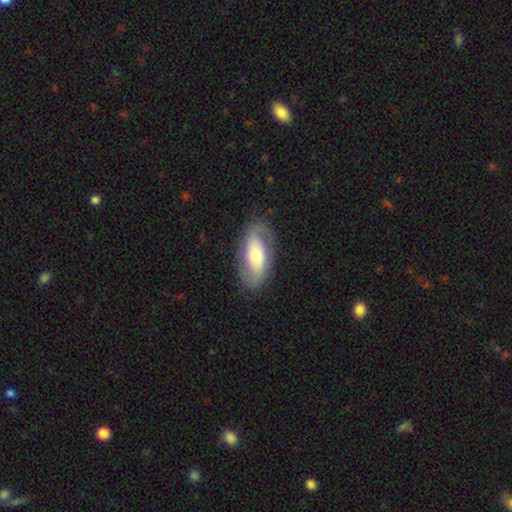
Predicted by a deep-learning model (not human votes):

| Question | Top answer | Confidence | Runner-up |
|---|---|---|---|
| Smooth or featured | featured or disk | 66% | smooth (29%) |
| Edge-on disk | no | 92% | yes (8%) |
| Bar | no | 47% | weak (31%) |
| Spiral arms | yes | 83% | no (17%) |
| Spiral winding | loose | 40% | medium (38%) |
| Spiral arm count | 2 | 87% | can't tell (7%) |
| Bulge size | moderate | 61% | small (19%) |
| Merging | none | 82% | minor disturbance (12%) |